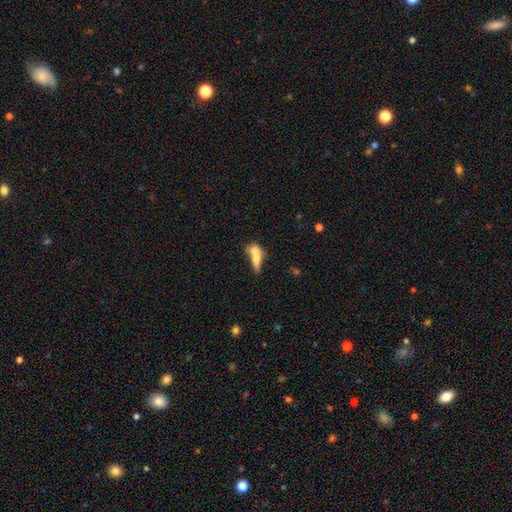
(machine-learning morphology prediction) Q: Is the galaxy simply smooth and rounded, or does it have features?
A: smooth — 61%.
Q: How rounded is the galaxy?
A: in between — 57%.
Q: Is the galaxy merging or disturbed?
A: merger — 59%.